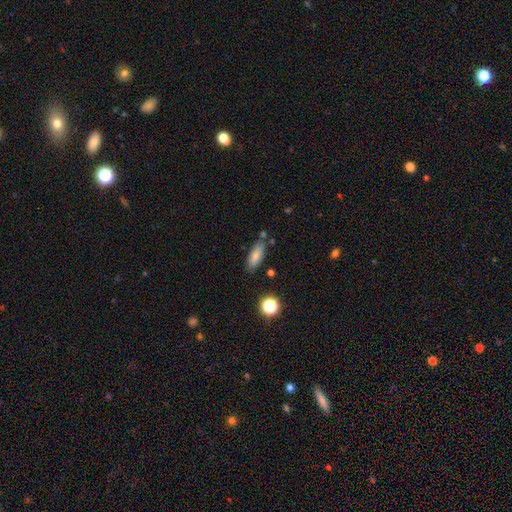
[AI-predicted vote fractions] Smooth or featured? Predicted: smooth (p=0.81). How rounded? Predicted: in between (p=0.70). Merging? Predicted: none (p=0.76).